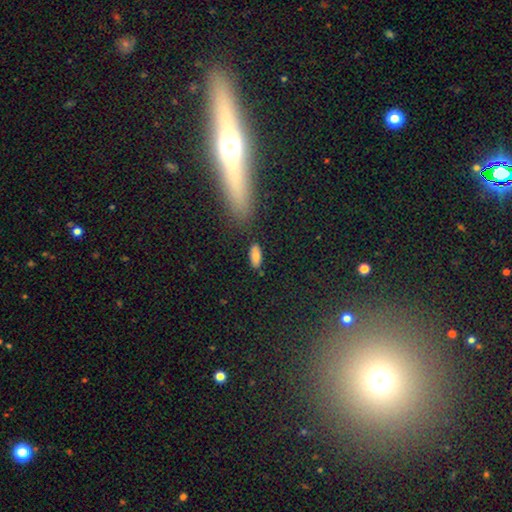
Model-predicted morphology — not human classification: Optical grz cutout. It shows a smooth galaxy with no disk features (84%) that is in between round and cigar-shaped (82%). Merging: none (83%).